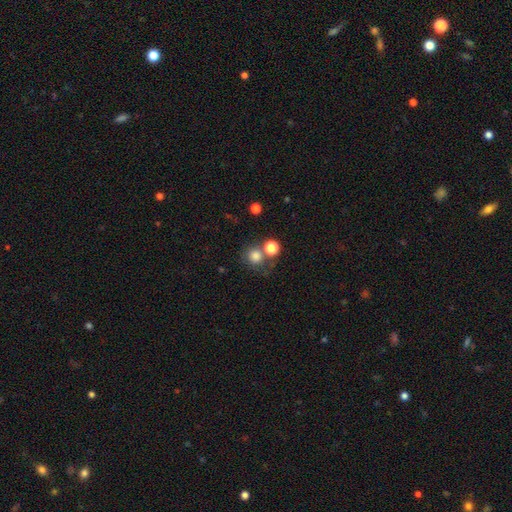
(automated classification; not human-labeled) Overall: smooth (79%). How rounded: round (89%). Merging: none (60%; merger 24%).